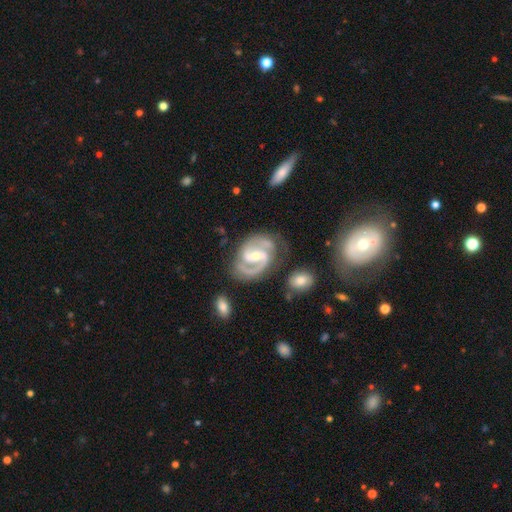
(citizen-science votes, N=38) smooth_or_featured: featured or disk (p=1.00)
disk_edge_on: no (p=1.00)
bar: weak (p=0.45) [alt: no p=0.32]
has_spiral_arms: yes (p=0.97) [alt: no p=0.03]
spiral_winding: medium (p=0.59) [alt: tight p=0.27]
spiral_arm_count: 2 (p=0.95) [alt: 3 p=0.03]
bulge_size: moderate (p=0.45) [tied with: small p=0.45]
merging: none (p=0.71) [alt: minor disturbance p=0.21]